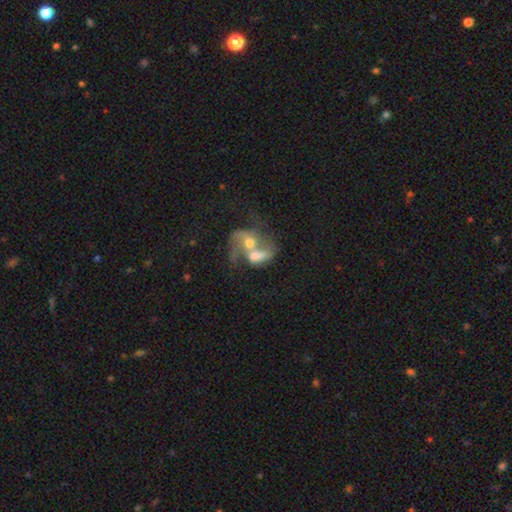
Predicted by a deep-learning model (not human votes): The model was most divided on "spiral arms": yes: 60%, no: 40%. More confident: edge-on disk — no (96%); merging — merger (70%); bar — no (68%); smooth or featured — featured or disk (58%); bulge size — moderate (55%).